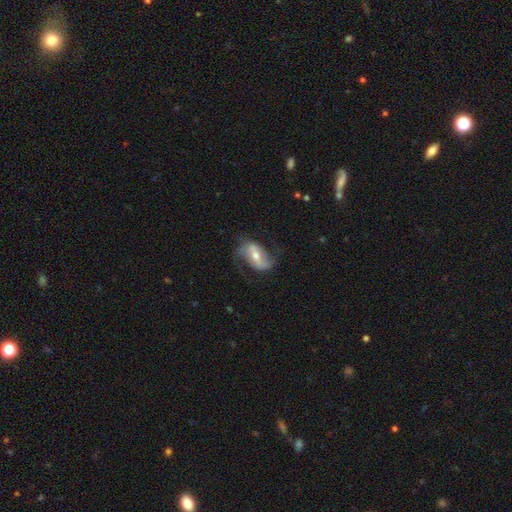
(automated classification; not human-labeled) Morphology: type=featured or disk (75%); edge-on=no (94%); bar=strong (38%); spiral arms=yes (87%); winding=loose (55%); arm count=2 (85%); bulge=moderate (61%); merging=none (65%).